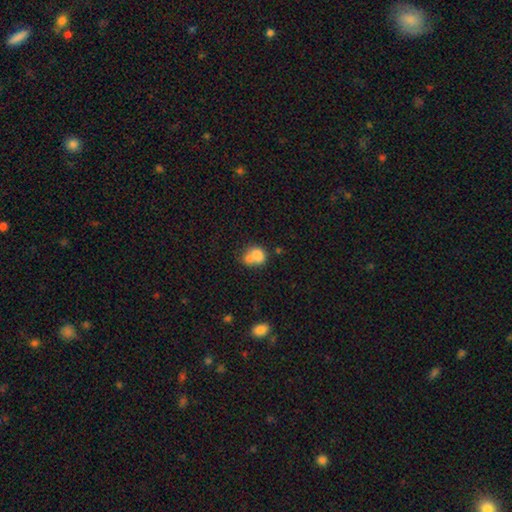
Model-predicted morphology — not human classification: smooth-or-featured: smooth: 74% | featured or disk: 17% | star or artifact: 10%
  how-rounded: round: 51% | in between: 48% | cigar-shaped: 1%
  merging: merger: 59% | none: 25% | minor disturbance: 11% | major disturbance: 6%